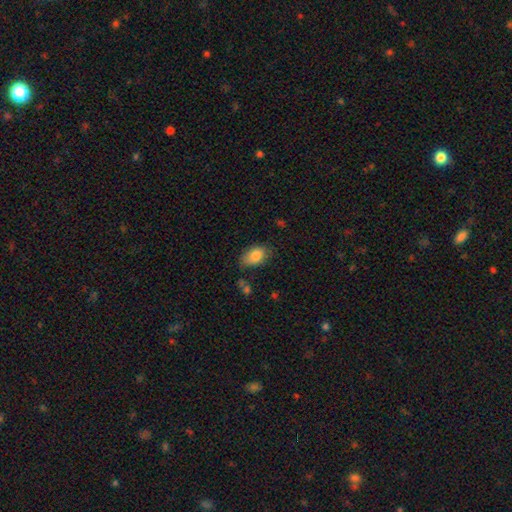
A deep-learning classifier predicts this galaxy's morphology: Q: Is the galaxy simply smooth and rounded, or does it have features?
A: smooth — 84%.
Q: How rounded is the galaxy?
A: in between — 89%.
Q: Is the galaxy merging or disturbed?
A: none — 67%.